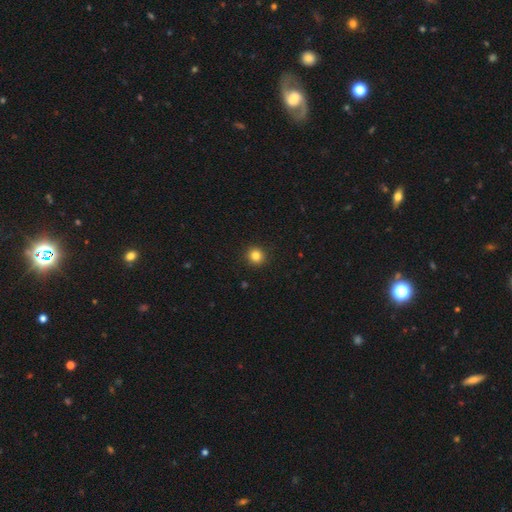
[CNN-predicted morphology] smooth 83%, star or artifact 12%, featured or disk 5%. Down the decision tree: how rounded — round (93%); merging — none (92%).